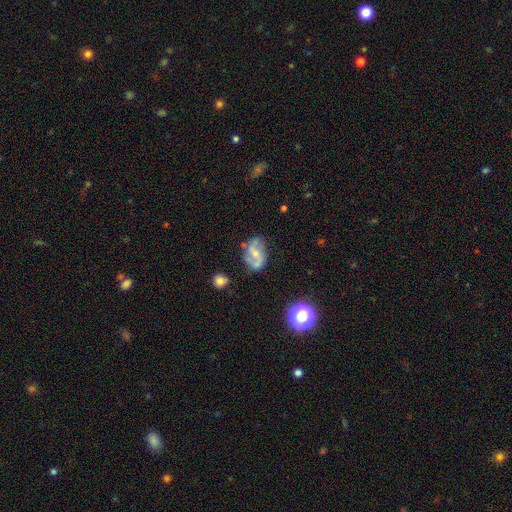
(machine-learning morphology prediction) Q: Smooth or featured?
A: featured or disk (68%); runner-up: smooth (24%)
Q: Edge-on disk?
A: no (96%); runner-up: yes (4%)
Q: Bar?
A: weak (42%); runner-up: no (37%)
Q: Spiral arms?
A: yes (81%); runner-up: no (19%)
Q: Spiral winding?
A: loose (52%); runner-up: medium (36%)
Q: Spiral arm count?
A: 2 (86%); runner-up: can't tell (8%)
Q: Bulge size?
A: small (49%); runner-up: moderate (44%)
Q: Merging?
A: none (65%); runner-up: minor disturbance (22%)